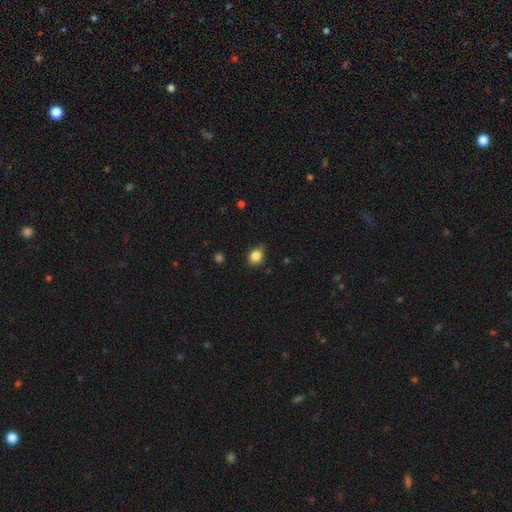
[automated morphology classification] This appears to be a smooth galaxy with no disk features (84%) that is in between round and cigar-shaped (54%). Merging: none (77%).